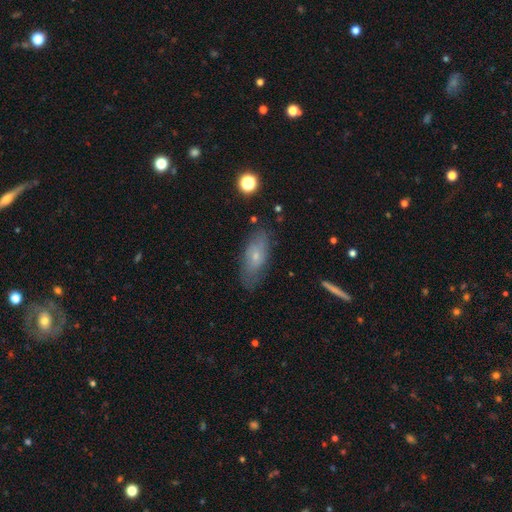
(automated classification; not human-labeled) smooth_or_featured: smooth (p=0.51) [alt: featured or disk p=0.41]
how_rounded: in between (p=0.79) [alt: cigar-shaped p=0.17]
merging: none (p=0.73) [alt: minor disturbance p=0.20]